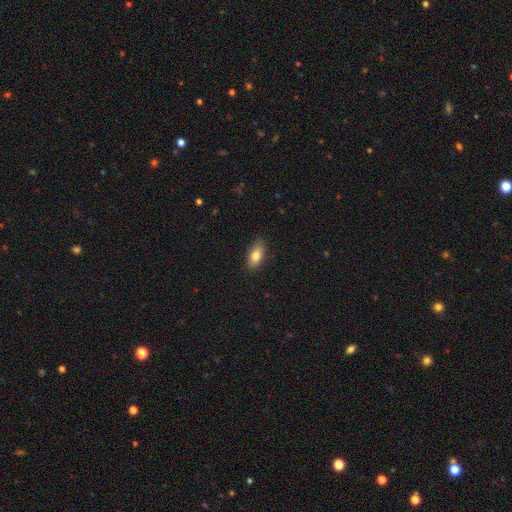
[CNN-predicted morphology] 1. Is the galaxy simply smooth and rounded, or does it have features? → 78% smooth, 14% featured or disk, 7% star or artifact.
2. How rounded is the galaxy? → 84% in between, 12% cigar-shaped, 4% round.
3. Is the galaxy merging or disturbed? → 87% none, 10% minor disturbance, 2% major disturbance, 1% merger.